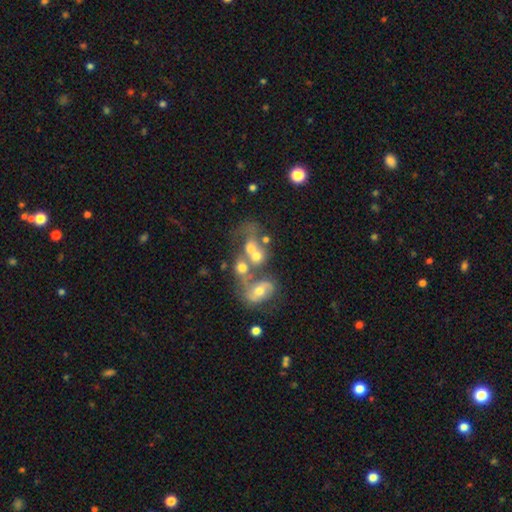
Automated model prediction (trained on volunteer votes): A featured or disk galaxy (47%). Merging: merger (60%).